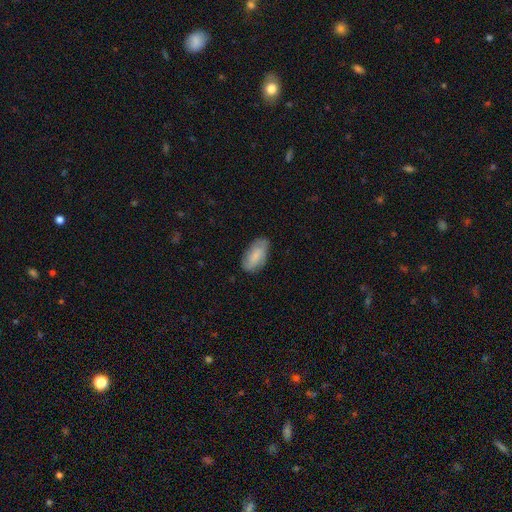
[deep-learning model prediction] smooth_or_featured: smooth (p=0.73) [alt: featured or disk p=0.21]
how_rounded: in between (p=0.92) [alt: cigar-shaped p=0.05]
merging: none (p=0.76) [alt: minor disturbance p=0.19]